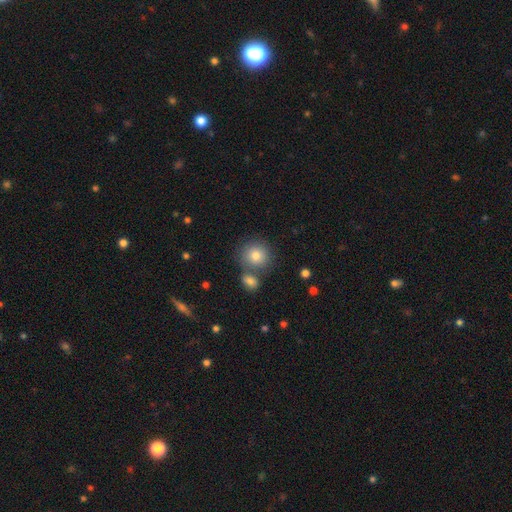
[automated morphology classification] Q: Smooth or featured?
A: smooth (80%); runner-up: featured or disk (10%)
Q: How rounded?
A: round (87%); runner-up: in between (12%)
Q: Merging?
A: none (67%); runner-up: merger (20%)